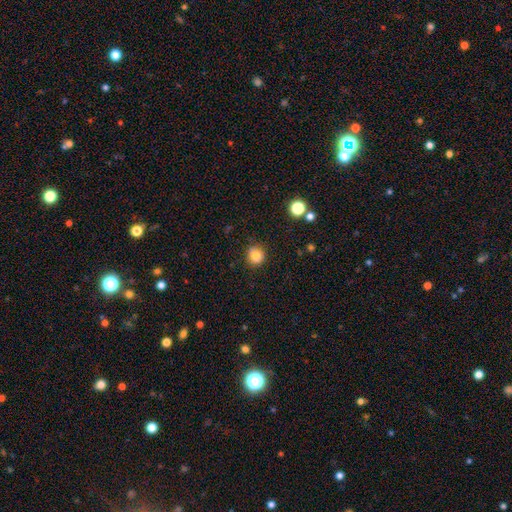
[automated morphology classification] Smooth or featured? smooth (82%)
How rounded? round (89%)
Merging? none (83%)